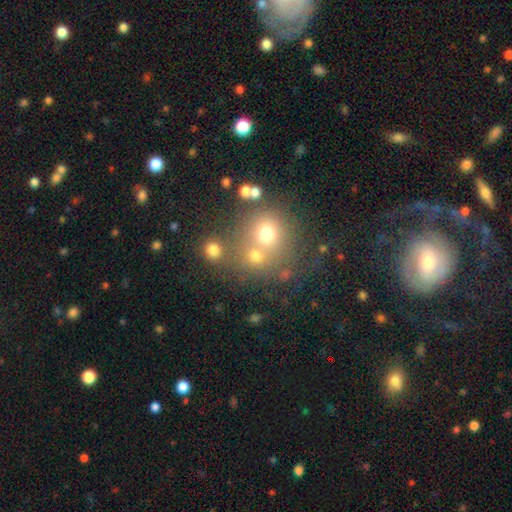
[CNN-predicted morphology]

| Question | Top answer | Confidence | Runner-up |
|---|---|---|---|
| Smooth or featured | smooth | 69% | star or artifact (18%) |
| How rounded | round | 82% | in between (17%) |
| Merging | none | 50% | merger (36%) |